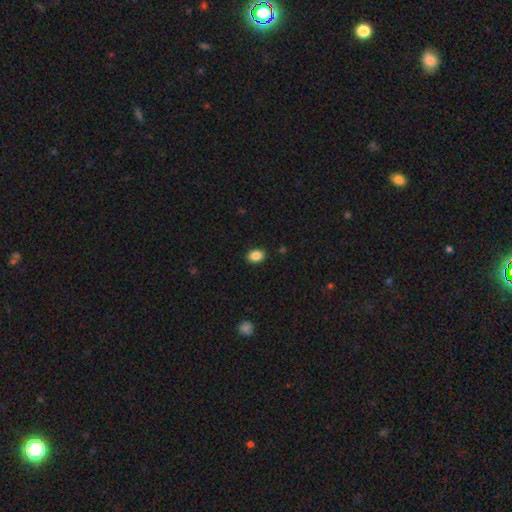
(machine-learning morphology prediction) type=smooth (87%); roundness=in between (72%); merging=none (89%).